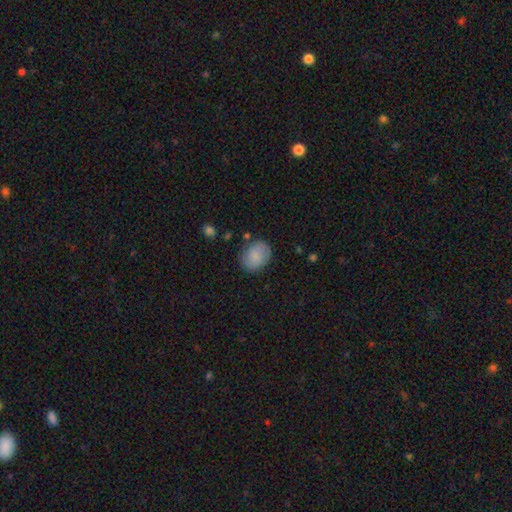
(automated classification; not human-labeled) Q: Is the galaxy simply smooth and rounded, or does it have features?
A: smooth — 77%.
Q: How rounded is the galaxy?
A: in between — 51%.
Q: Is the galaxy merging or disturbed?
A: none — 80%.